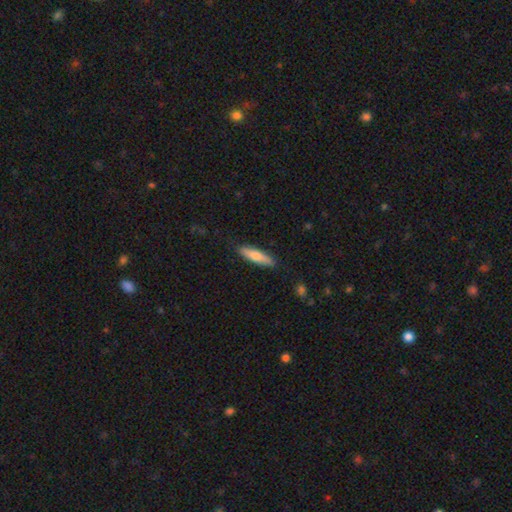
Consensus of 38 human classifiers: Overall: smooth (63%; featured or disk 32%). How rounded: cigar-shaped (75%). Merging: none (89%).